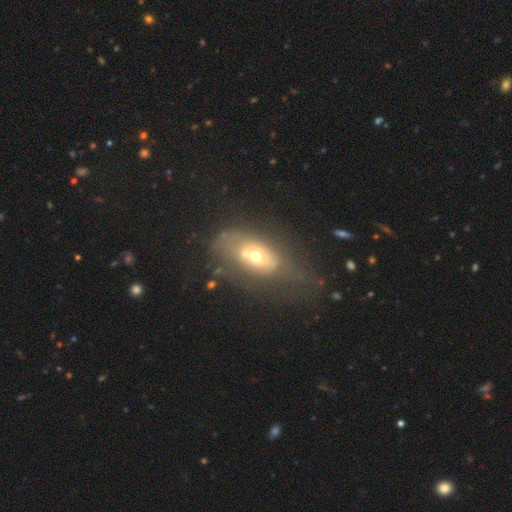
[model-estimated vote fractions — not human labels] A featured or disk galaxy (48%).

Vote fractions:
- Smooth or featured? featured or disk: 48% / smooth: 42% / star or artifact: 10%
- Merging? major disturbance: 34% / none: 27% / minor disturbance: 22% / merger: 17%